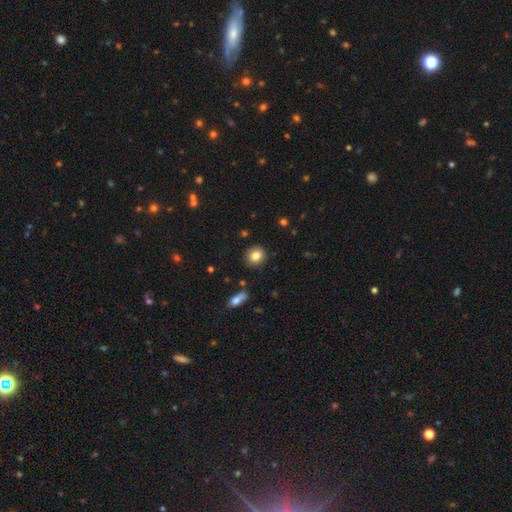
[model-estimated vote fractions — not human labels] A smooth galaxy with no disk features (82%) that is round (85%).

Vote fractions:
- Smooth or featured? smooth: 82% / star or artifact: 9% / featured or disk: 8%
- How rounded? round: 85% / in between: 14% / cigar-shaped: 1%
- Merging? none: 89% / minor disturbance: 7% / major disturbance: 2% / merger: 2%